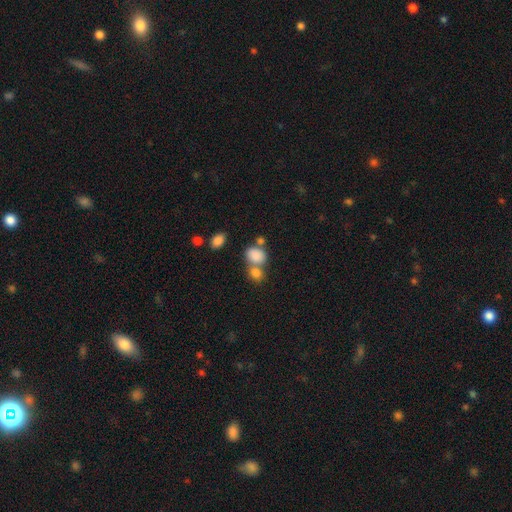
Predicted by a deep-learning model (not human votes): Overall: smooth (83%). How rounded: in between (56%; round 43%). Merging: merger (42%; none 41%).